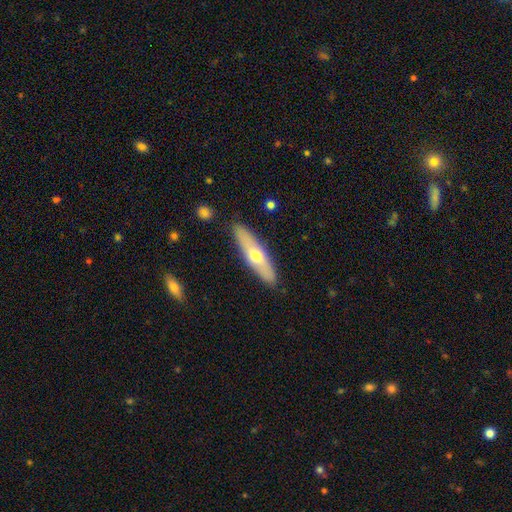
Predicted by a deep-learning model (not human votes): smooth-or-featured: smooth: 53% | featured or disk: 42% | star or artifact: 5%
  how-rounded: cigar-shaped: 69% | in between: 29% | round: 2%
  merging: none: 87% | minor disturbance: 10% | major disturbance: 2% | merger: 2%